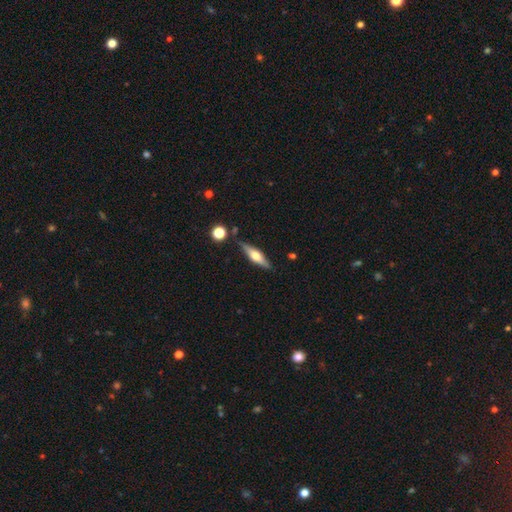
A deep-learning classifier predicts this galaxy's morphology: A featured or disk galaxy (53%) viewed edge-on (92%). Merging: none (80%).